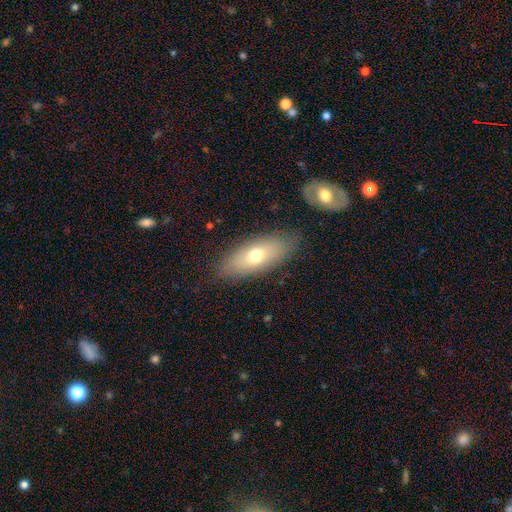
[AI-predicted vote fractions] This is likely a smooth galaxy (65%). How rounded: likely in between (78%). Merging: clearly none (83%).